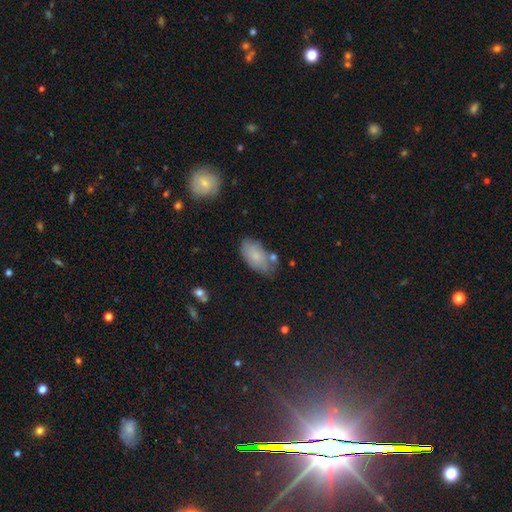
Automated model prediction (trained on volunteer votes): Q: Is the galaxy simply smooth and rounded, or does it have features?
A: smooth — 75%.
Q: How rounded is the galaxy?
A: in between — 93%.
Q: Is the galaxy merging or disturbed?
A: none — 59%.